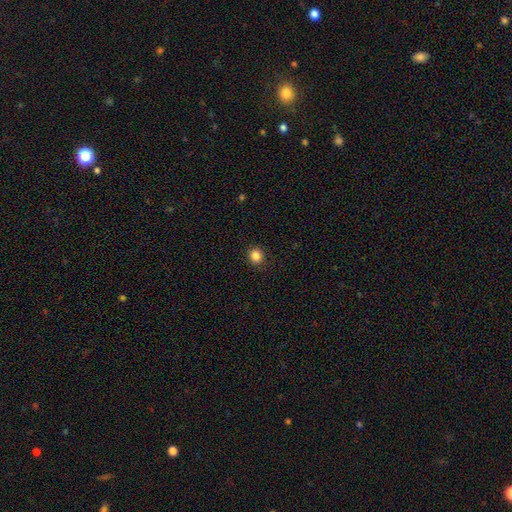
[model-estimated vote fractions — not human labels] This is clearly a smooth galaxy (85%). How rounded: clearly round (88%). Merging: clearly none (91%).